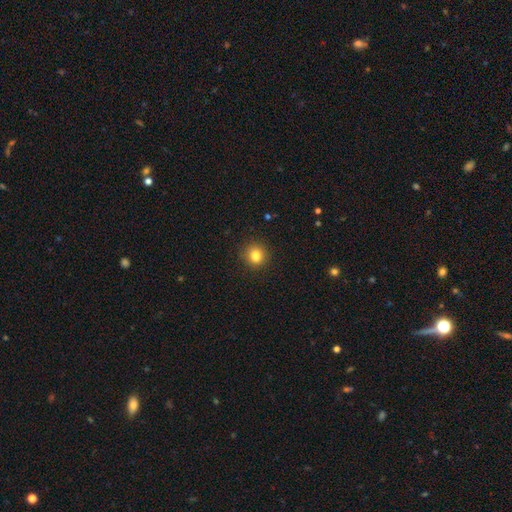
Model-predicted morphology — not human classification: A smooth galaxy with no disk features (83%) that is round (81%).

Vote fractions:
- Smooth or featured? smooth: 83% / star or artifact: 11% / featured or disk: 5%
- How rounded? round: 81% / in between: 18% / cigar-shaped: 1%
- Merging? none: 88% / minor disturbance: 8% / major disturbance: 2% / merger: 1%